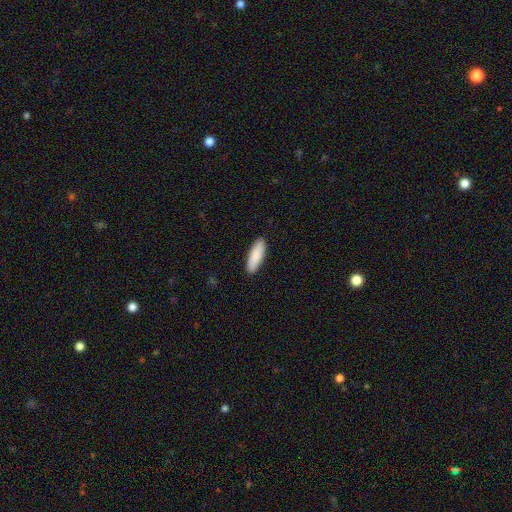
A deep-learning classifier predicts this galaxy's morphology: Overall: smooth (89%). How rounded: cigar-shaped (49%, tied with in between). Merging: none (91%).